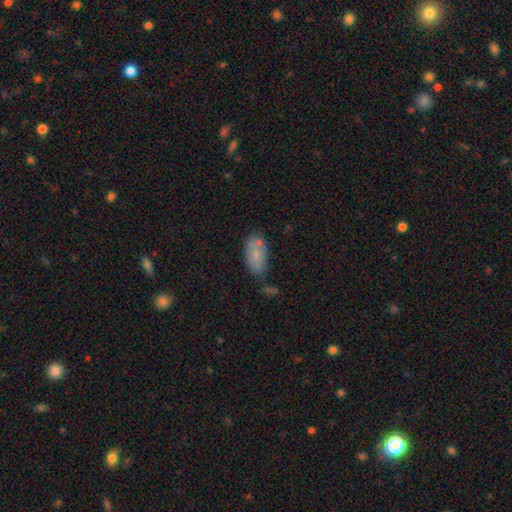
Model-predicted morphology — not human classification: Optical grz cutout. It shows a smooth galaxy with no disk features (75%) that is in between round and cigar-shaped (93%). Merging: none (54%).